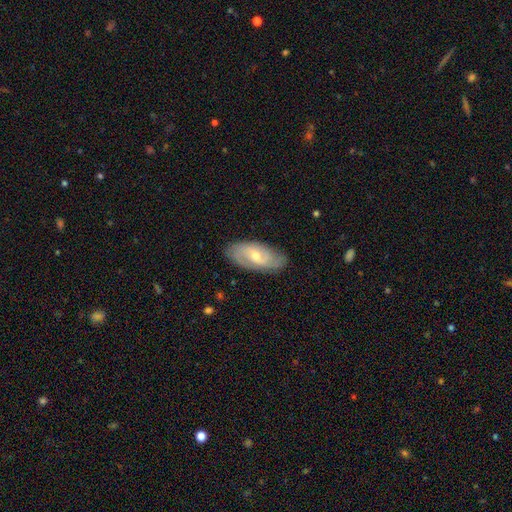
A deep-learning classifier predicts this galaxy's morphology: Smooth or featured? featured or disk (74%)
Edge-on disk? no (93%)
Bar? no (48%)
Spiral arms? yes (90%)
Spiral winding? tight (44%)
Spiral arm count? 2 (59%)
Bulge size? moderate (51%)
Merging? none (81%)